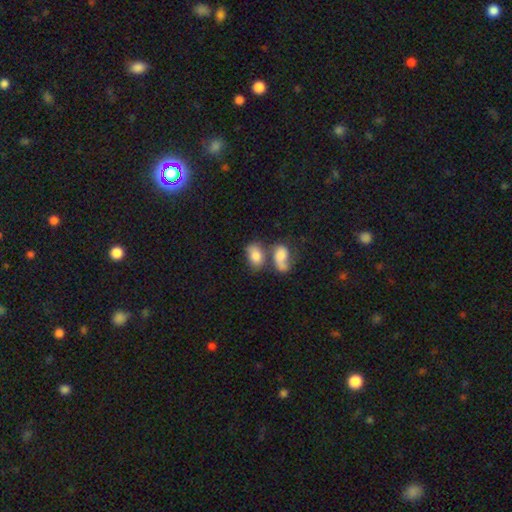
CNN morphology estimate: smooth_or_featured: smooth (p=0.77) [alt: featured or disk p=0.14]
how_rounded: in between (p=0.84) [alt: round p=0.14]
merging: merger (p=0.49) [alt: none p=0.31]